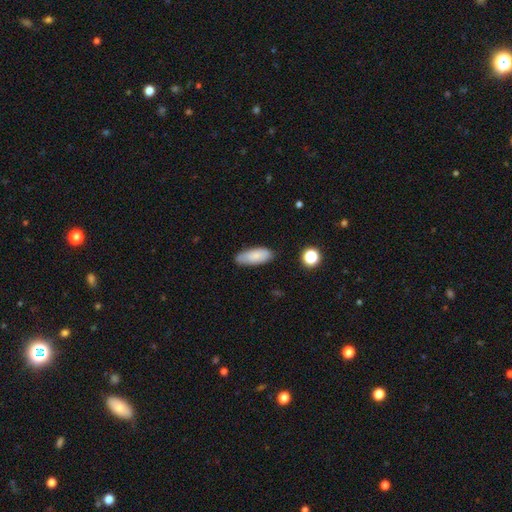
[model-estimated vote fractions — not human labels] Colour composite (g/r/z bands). It shows a smooth galaxy with no disk features (80%) that is in between round and cigar-shaped (80%). Merging: none (75%).